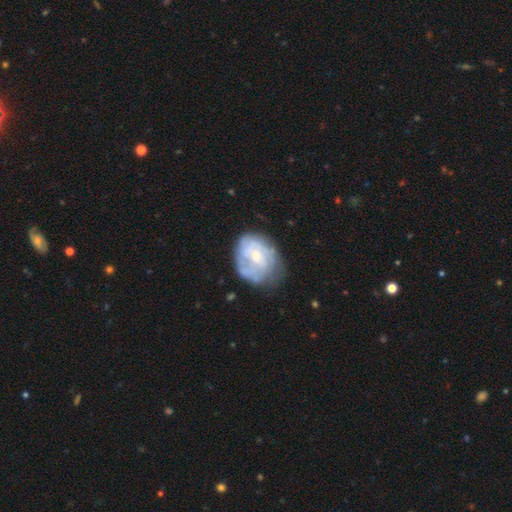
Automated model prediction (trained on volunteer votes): Smooth or featured: featured or disk — 66% (smooth — 27%)
Edge-on disk: no — 97% (yes — 3%)
Bar: no — 74% (weak — 23%)
Spiral arms: yes — 65% (no — 35%)
Bulge size: small — 64% (moderate — 31%)
Merging: none — 55% (minor disturbance — 28%)